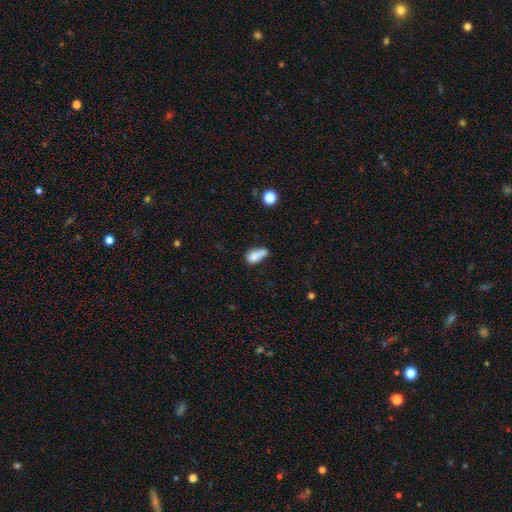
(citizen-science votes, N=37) Volunteers were most divided on "merging": minor disturbance: 34%, none: 31%, merger: 23%, major disturbance: 11%. More confident: how rounded — in between (81%); smooth or featured — smooth (70%).